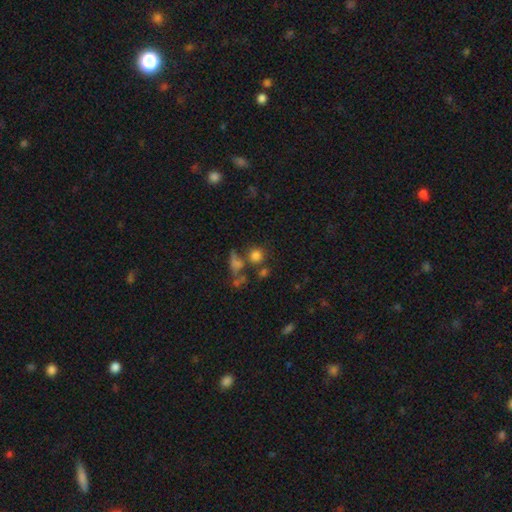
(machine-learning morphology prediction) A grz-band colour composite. It shows a smooth galaxy with no disk features (75%) that is round (87%). Merging: none (61%).